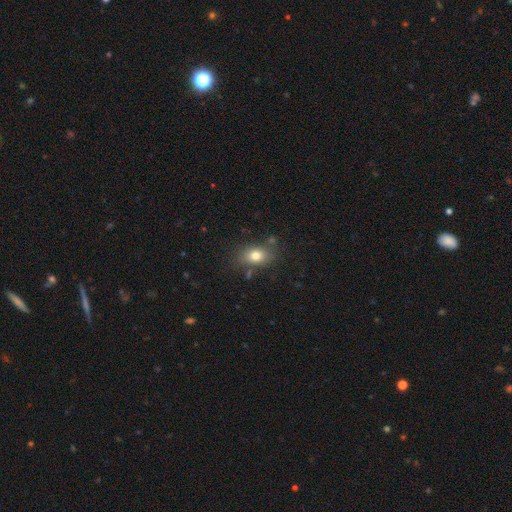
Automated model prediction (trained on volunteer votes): Overall: smooth (78%). How rounded: in between (75%). Merging: none (75%).